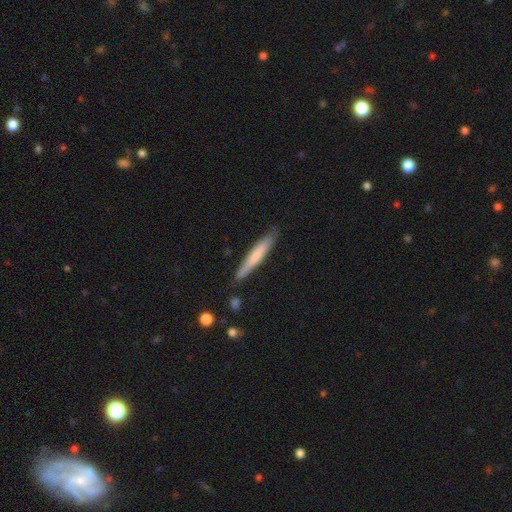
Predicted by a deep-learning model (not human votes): smooth-or-featured: smooth: 64% | featured or disk: 31% | star or artifact: 5%
  how-rounded: cigar-shaped: 94% | in between: 5% | round: 1%
  merging: none: 80% | minor disturbance: 15% | major disturbance: 3% | merger: 2%